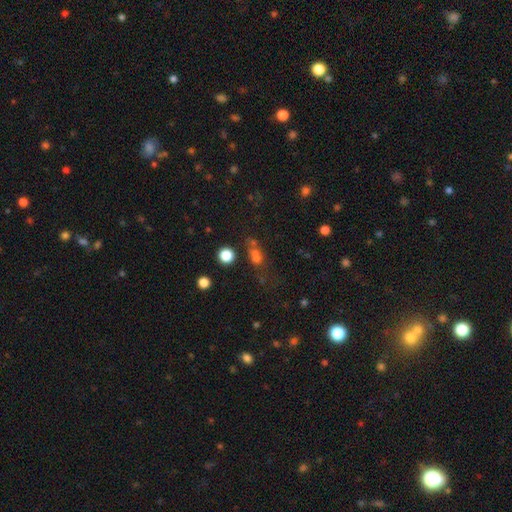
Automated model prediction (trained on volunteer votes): Smooth or featured?
  - smooth: 58% *
  - star or artifact: 30%
  - featured or disk: 12%
How rounded?
  - round: 53% *
  - in between: 40%
  - cigar-shaped: 7%
Merging?
  - none: 53% *
  - merger: 22%
  - minor disturbance: 14%
  - major disturbance: 11%